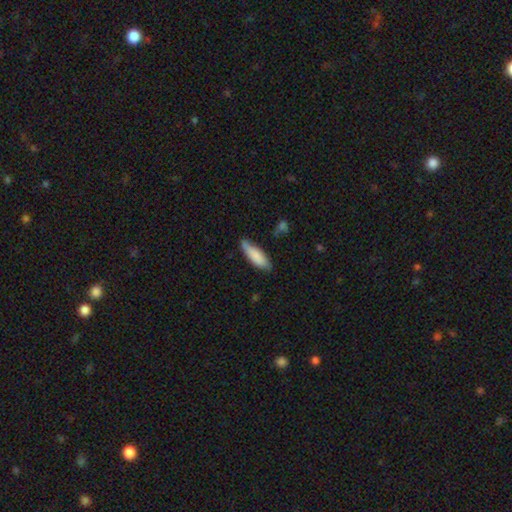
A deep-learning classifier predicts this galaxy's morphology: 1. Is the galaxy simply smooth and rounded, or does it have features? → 81% smooth, 13% featured or disk, 6% star or artifact.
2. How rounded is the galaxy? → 56% in between, 42% cigar-shaped, 2% round.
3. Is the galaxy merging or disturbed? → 66% none, 27% minor disturbance, 5% major disturbance, 3% merger.